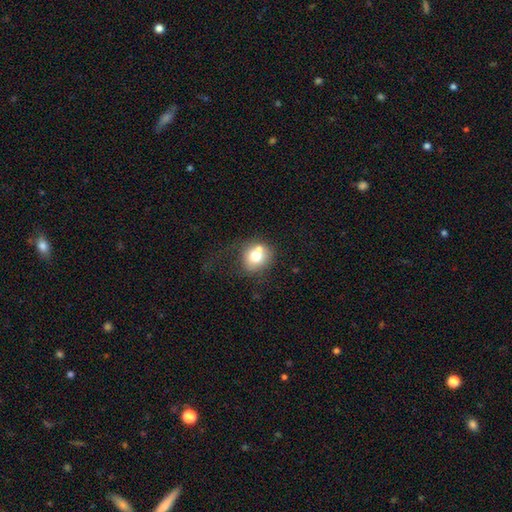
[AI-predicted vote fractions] The model was most divided on "merging": none: 49%, merger: 24%, minor disturbance: 17%, major disturbance: 11%. More confident: how rounded — round (77%); smooth or featured — smooth (70%).